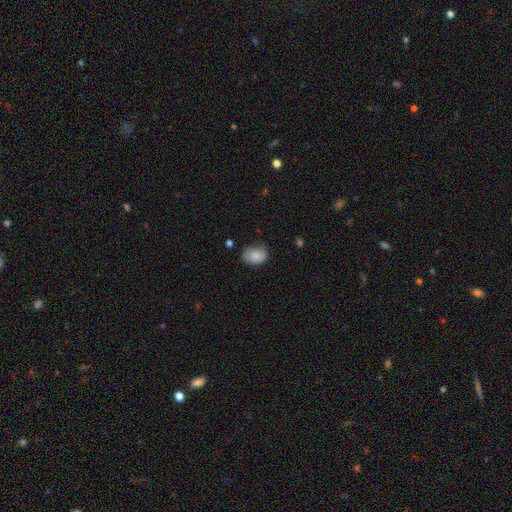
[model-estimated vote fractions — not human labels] This appears to be a smooth galaxy with no disk features (84%) that is in between round and cigar-shaped (74%). Merging: none (69%).